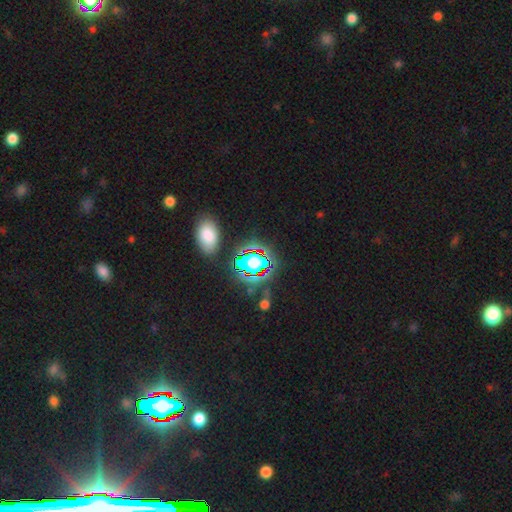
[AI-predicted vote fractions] This is likely a star or artifact rather than a galaxy (65%).